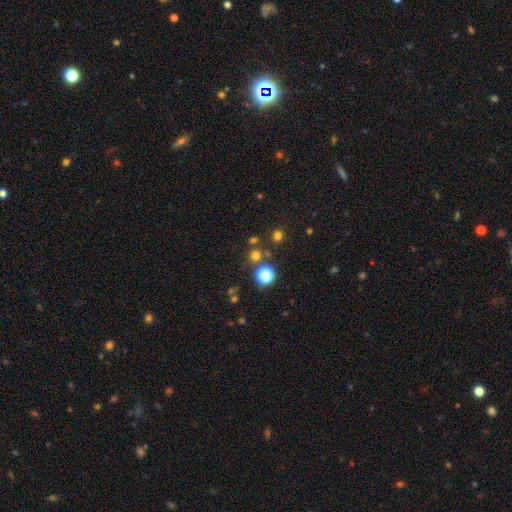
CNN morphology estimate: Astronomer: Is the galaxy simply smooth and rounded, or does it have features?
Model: smooth — 62%.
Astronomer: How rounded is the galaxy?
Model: round — 90%.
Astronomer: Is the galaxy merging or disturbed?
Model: none — 74%.